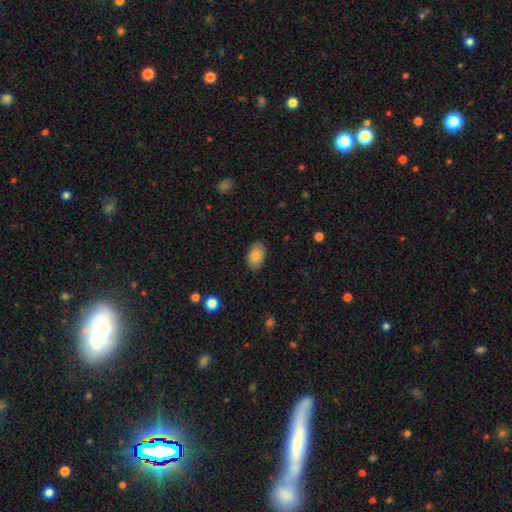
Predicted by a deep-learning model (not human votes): This is clearly a smooth galaxy (84%). How rounded: clearly in between (90%). Merging: clearly none (83%).